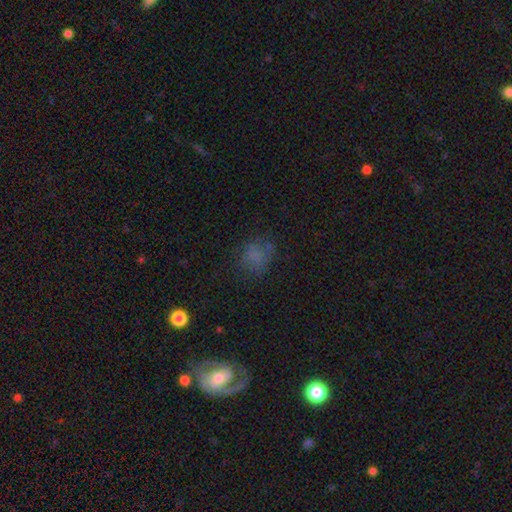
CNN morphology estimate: Smooth or featured?
  - smooth: 67% *
  - star or artifact: 21%
  - featured or disk: 11%
How rounded?
  - round: 65% *
  - in between: 34%
  - cigar-shaped: 1%
Merging?
  - none: 66% *
  - minor disturbance: 20%
  - major disturbance: 11%
  - merger: 2%